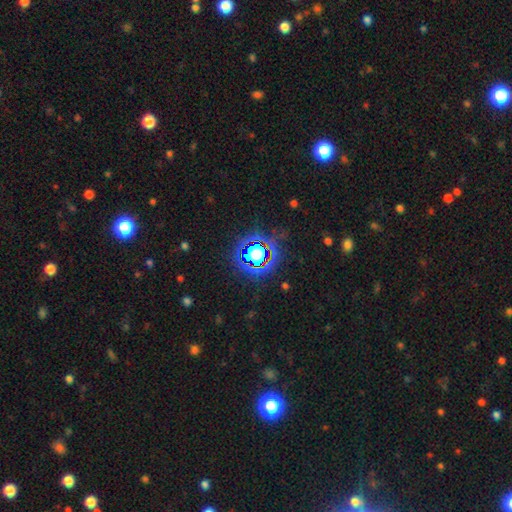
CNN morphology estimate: Smooth or featured: star or artifact — 69% (smooth — 19%)